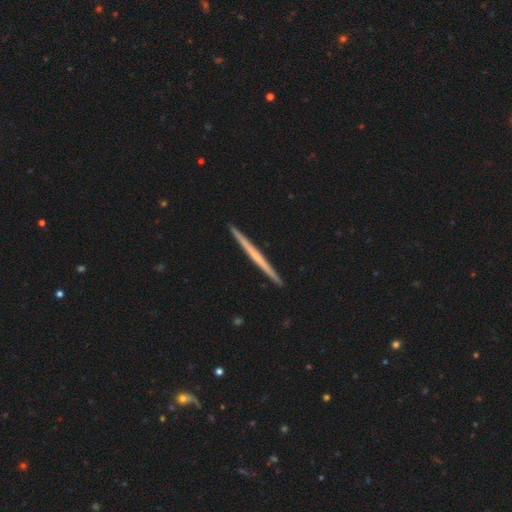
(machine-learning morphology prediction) Smooth or featured: featured or disk — 57% (smooth — 38%)
Edge-on disk: yes — 98% (no — 2%)
Edge-on bulge: none — 86% (rounded — 10%)
Merging: none — 93% (minor disturbance — 5%)